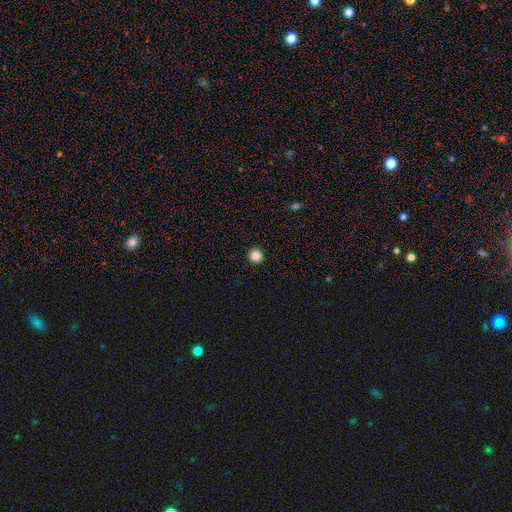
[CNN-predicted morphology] Smooth or featured: smooth — 86% (star or artifact — 11%)
How rounded: round — 96% (in between — 3%)
Merging: none — 94% (minor disturbance — 4%)